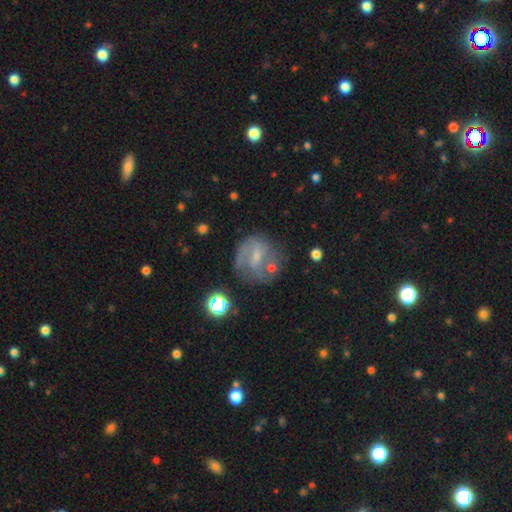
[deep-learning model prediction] smooth_or_featured: featured or disk (p=0.52) [alt: smooth p=0.34]
disk_edge_on: no (p=0.95) [alt: yes p=0.05]
bar: weak (p=0.49) [alt: no p=0.29]
has_spiral_arms: yes (p=0.64) [alt: no p=0.36]
bulge_size: small (p=0.46) [alt: none p=0.25]
merging: none (p=0.53) [alt: minor disturbance p=0.21]